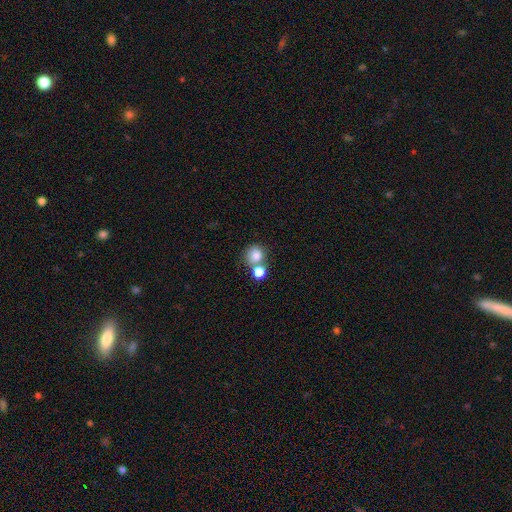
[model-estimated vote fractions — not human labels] The model was most divided on "merging": none: 54%, merger: 34%, minor disturbance: 9%, major disturbance: 4%. More confident: how rounded — round (85%); smooth or featured — smooth (82%).